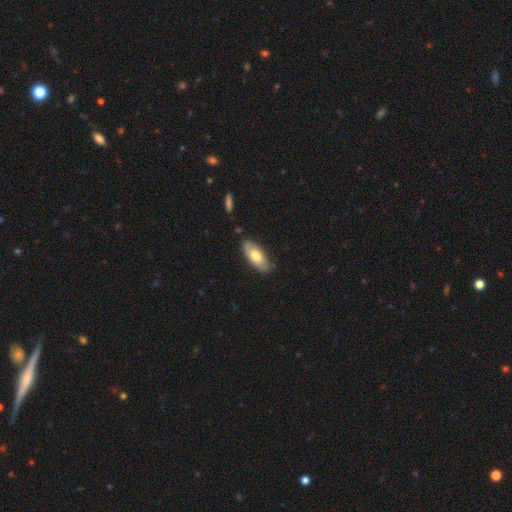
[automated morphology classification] Smooth or featured?
  - smooth: 66% *
  - featured or disk: 28%
  - star or artifact: 6%
How rounded?
  - in between: 87% *
  - cigar-shaped: 11%
  - round: 2%
Merging?
  - none: 80% *
  - minor disturbance: 15%
  - major disturbance: 3%
  - merger: 2%